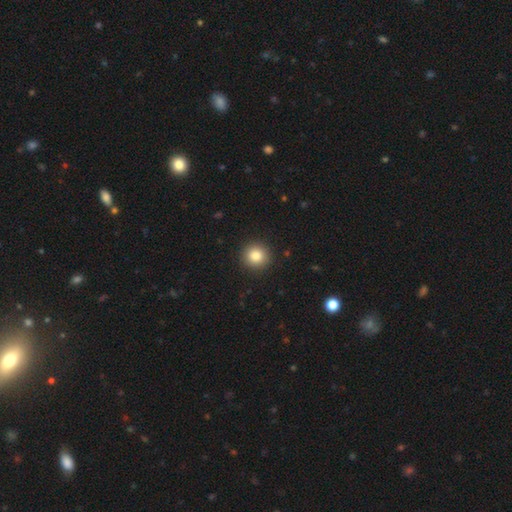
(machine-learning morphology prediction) A smooth galaxy with no disk features (84%) that is round (93%). Merging: none (92%).